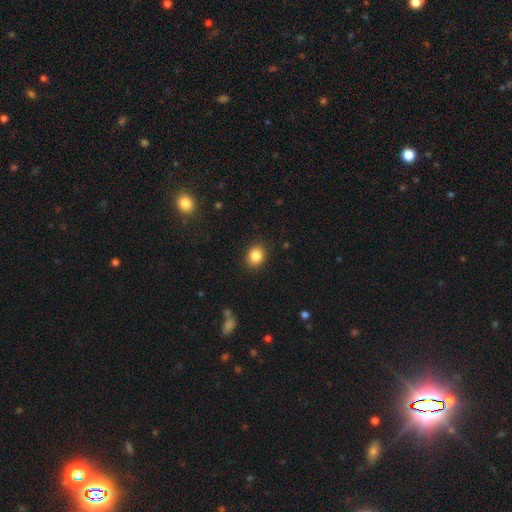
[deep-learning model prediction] Smooth or featured?
  - smooth: 85% *
  - star or artifact: 10%
  - featured or disk: 5%
How rounded?
  - round: 69% *
  - in between: 31%
  - cigar-shaped: 1%
Merging?
  - none: 90% *
  - minor disturbance: 7%
  - major disturbance: 2%
  - merger: 1%